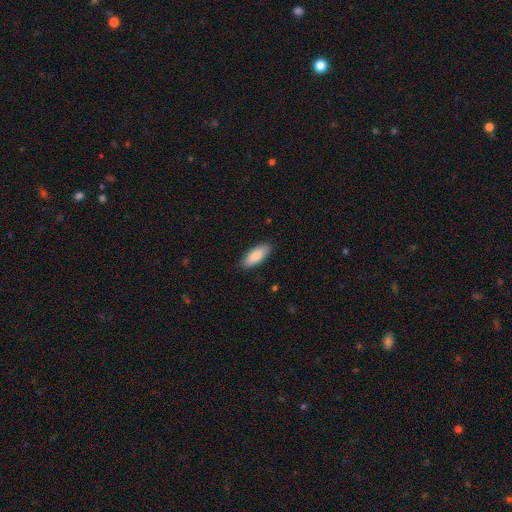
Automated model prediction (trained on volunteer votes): Smooth or featured: smooth — 87% (featured or disk — 7%)
How rounded: in between — 81% (cigar-shaped — 17%)
Merging: none — 88% (minor disturbance — 10%)